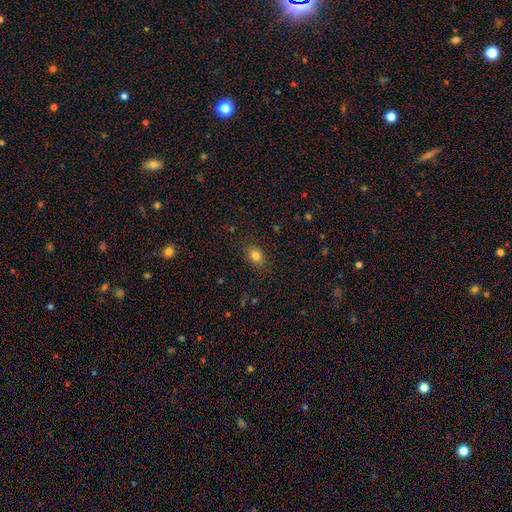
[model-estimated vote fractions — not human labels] The model was most divided on "how rounded": in between: 70%, round: 29%, cigar-shaped: 2%. More confident: merging — none (86%); smooth or featured — smooth (81%).